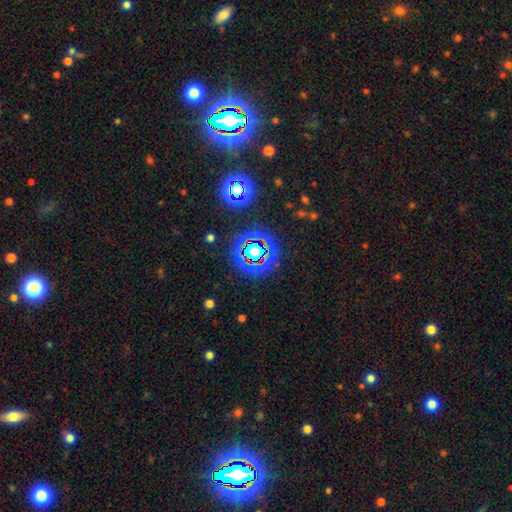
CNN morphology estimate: Smooth or featured: star or artifact — 79% (smooth — 12%)